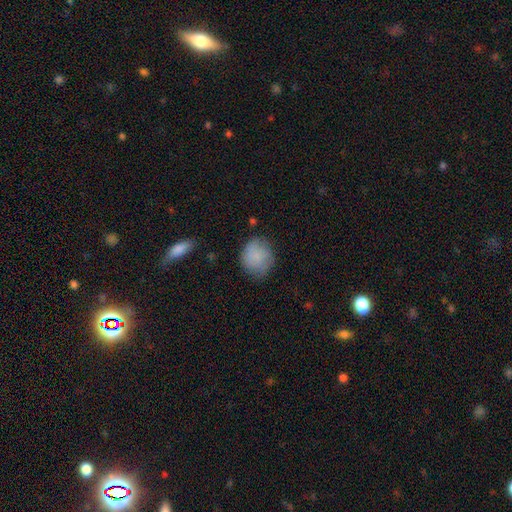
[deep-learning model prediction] smooth-or-featured: smooth: 82% | featured or disk: 11% | star or artifact: 7%
  how-rounded: round: 71% | in between: 27% | cigar-shaped: 1%
  merging: none: 66% | minor disturbance: 26% | major disturbance: 7% | merger: 2%